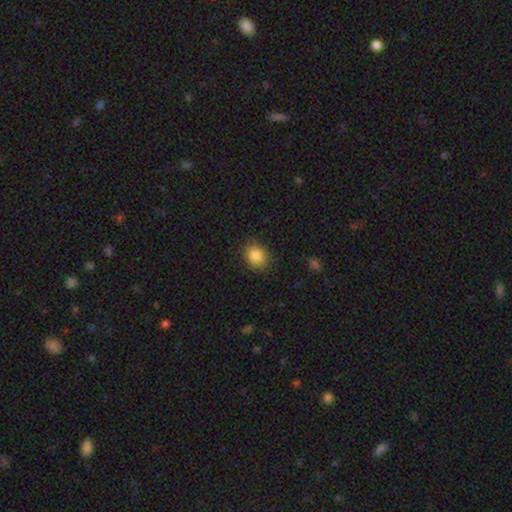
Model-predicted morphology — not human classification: smooth 85%, star or artifact 9%, featured or disk 6%. Down the decision tree: how rounded — round (52%); merging — none (86%).